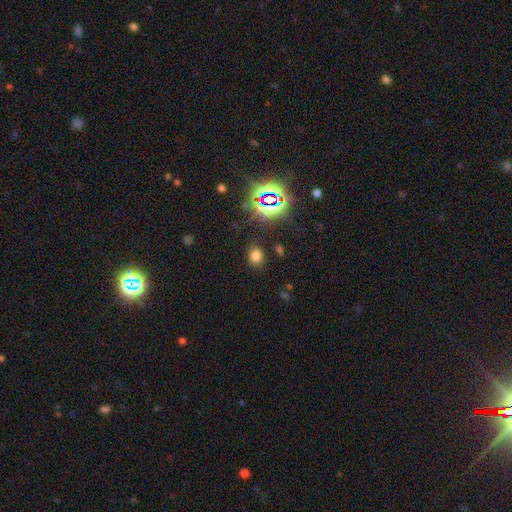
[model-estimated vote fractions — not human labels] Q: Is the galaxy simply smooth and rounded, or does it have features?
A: smooth — 66%.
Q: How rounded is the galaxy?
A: in between — 56%.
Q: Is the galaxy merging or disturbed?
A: none — 83%.